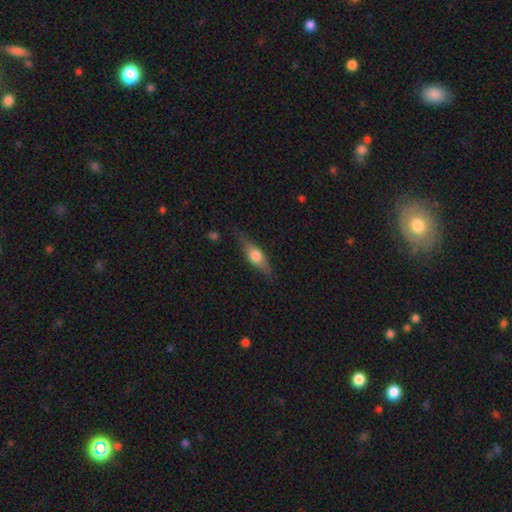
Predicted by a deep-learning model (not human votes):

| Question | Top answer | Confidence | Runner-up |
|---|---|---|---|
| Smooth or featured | smooth | 53% | featured or disk (41%) |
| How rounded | in between | 48% | tied: cigar-shaped (48%) |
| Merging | none | 75% | minor disturbance (18%) |